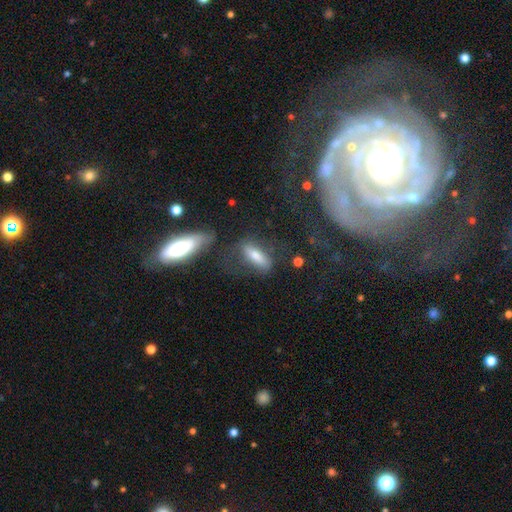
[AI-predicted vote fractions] smooth 61%, featured or disk 27%, star or artifact 11%. Down the decision tree: how rounded — in between (57%); merging — none (51%).